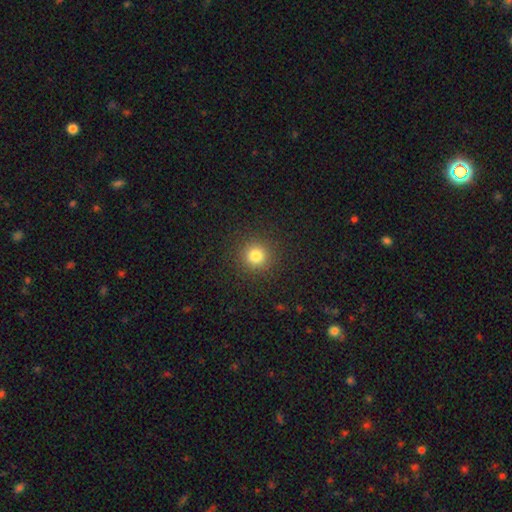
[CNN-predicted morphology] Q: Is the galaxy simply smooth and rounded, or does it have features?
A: smooth — 81%.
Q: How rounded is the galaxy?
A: round — 94%.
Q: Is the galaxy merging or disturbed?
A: none — 91%.